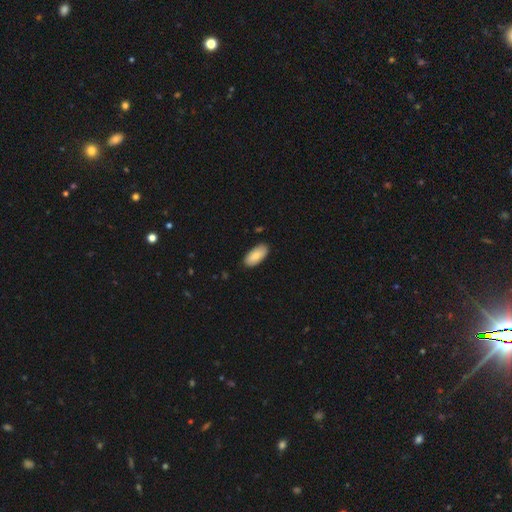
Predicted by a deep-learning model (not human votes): Smooth or featured?
  - smooth: 84% *
  - featured or disk: 10%
  - star or artifact: 6%
How rounded?
  - in between: 91% *
  - cigar-shaped: 7%
  - round: 2%
Merging?
  - none: 84% *
  - minor disturbance: 13%
  - major disturbance: 2%
  - merger: 1%